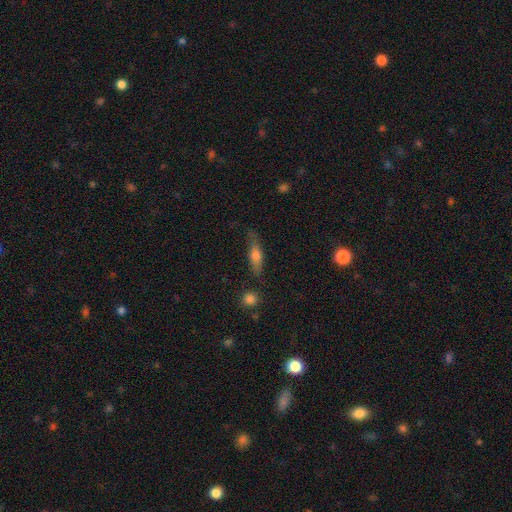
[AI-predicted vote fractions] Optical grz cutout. It shows a smooth galaxy with no disk features (61%) that is cigar-shaped (52%). Merging: none (67%).